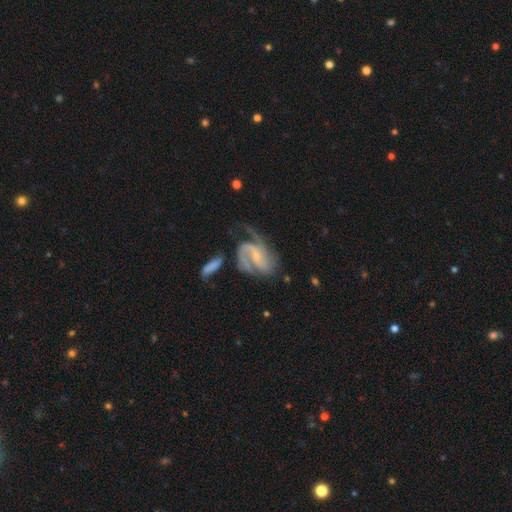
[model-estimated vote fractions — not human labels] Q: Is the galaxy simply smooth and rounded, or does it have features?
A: featured or disk — 85%.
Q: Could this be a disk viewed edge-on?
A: no — 97%.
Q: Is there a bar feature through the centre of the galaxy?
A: weak — 44%.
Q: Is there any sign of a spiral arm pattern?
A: yes — 95%.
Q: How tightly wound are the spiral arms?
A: medium — 48%.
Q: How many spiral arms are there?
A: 2 — 57%.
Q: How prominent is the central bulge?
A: small — 69%.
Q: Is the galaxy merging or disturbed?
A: none — 40%.